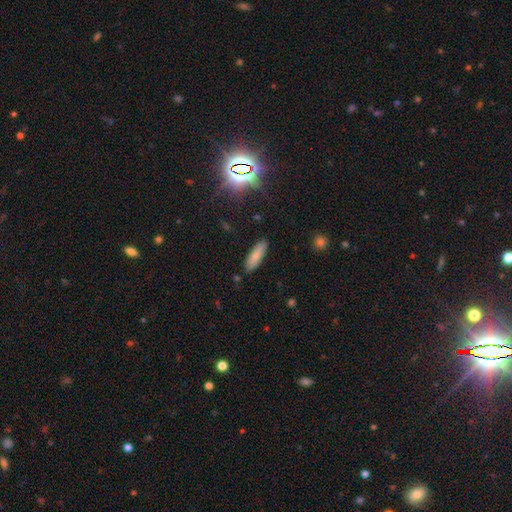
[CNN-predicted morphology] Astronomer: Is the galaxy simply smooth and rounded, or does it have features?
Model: smooth — 79%.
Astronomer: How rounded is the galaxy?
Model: cigar-shaped — 49%, tied with in between at 49%.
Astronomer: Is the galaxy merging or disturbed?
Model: none — 87%.